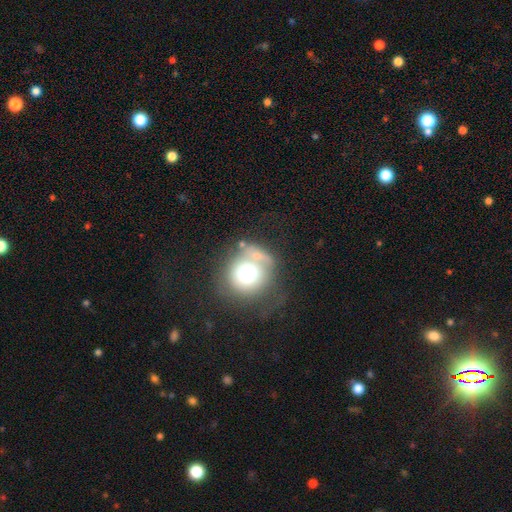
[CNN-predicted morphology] smooth_or_featured: smooth (p=0.60) [alt: featured or disk p=0.26]
how_rounded: round (p=0.84) [alt: in between p=0.15]
merging: none (p=0.42) [alt: major disturbance p=0.20]